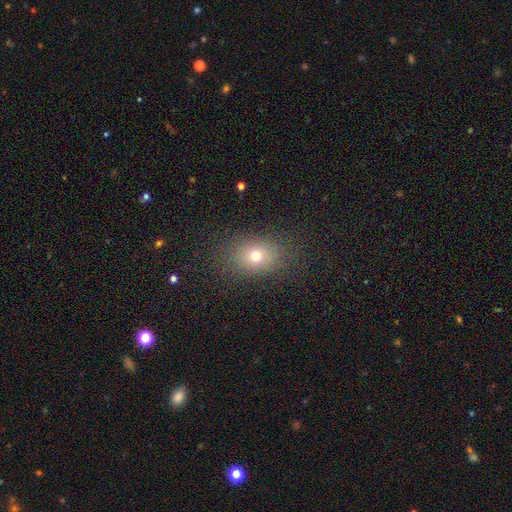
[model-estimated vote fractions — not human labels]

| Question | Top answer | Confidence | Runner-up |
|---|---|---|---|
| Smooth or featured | smooth | 71% | star or artifact (16%) |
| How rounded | in between | 60% | round (39%) |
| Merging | none | 82% | minor disturbance (11%) |